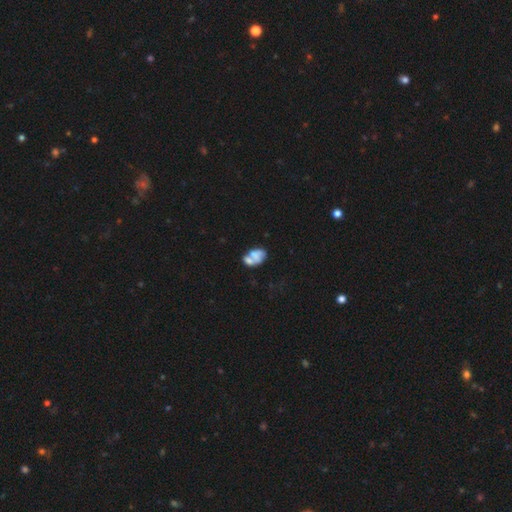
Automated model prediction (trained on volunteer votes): Smooth or featured: smooth — 55% (featured or disk — 36%)
How rounded: in between — 80% (round — 18%)
Merging: merger — 50% (none — 24%)